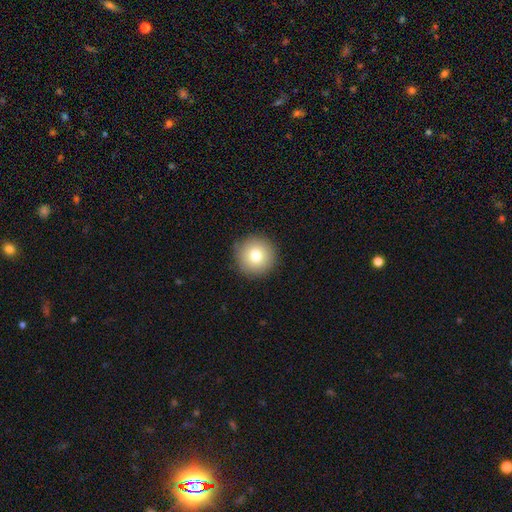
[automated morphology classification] Smooth or featured? Predicted: smooth (p=0.78). How rounded? Predicted: round (p=0.96). Merging? Predicted: none (p=0.90).